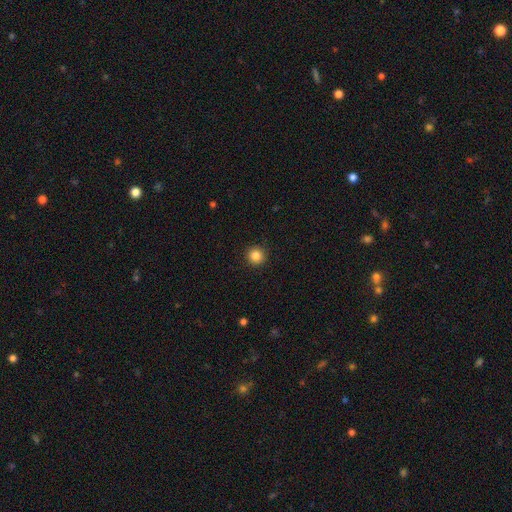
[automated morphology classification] A smooth galaxy with no disk features (85%) that is round (96%). Merging: none (92%).